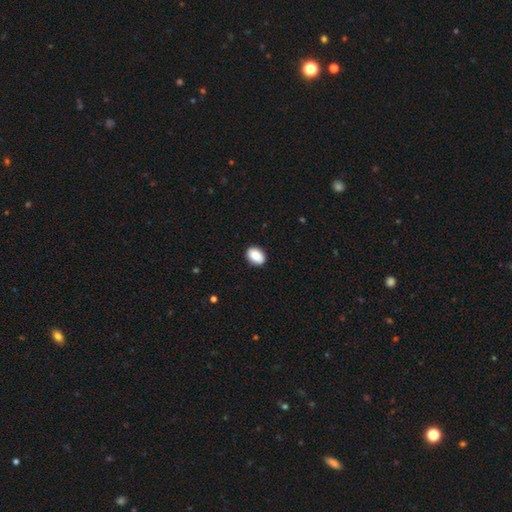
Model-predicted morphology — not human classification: Smooth or featured?
  - smooth: 89% *
  - star or artifact: 7%
  - featured or disk: 4%
How rounded?
  - in between: 84% *
  - round: 15%
  - cigar-shaped: 1%
Merging?
  - none: 88% *
  - minor disturbance: 9%
  - major disturbance: 2%
  - merger: 1%